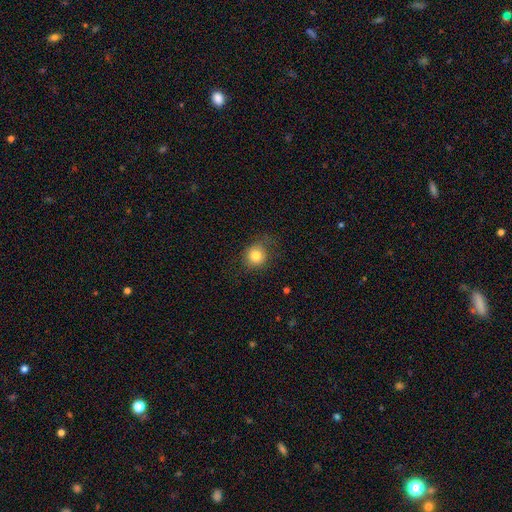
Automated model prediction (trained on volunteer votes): Smooth or featured: smooth — 80% (star or artifact — 11%)
How rounded: round — 84% (in between — 15%)
Merging: none — 72% (minor disturbance — 19%)